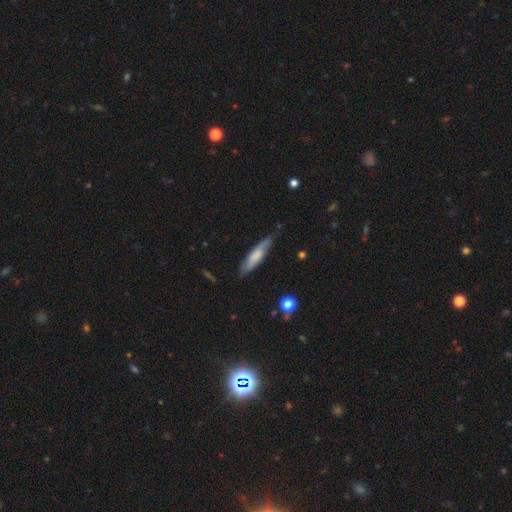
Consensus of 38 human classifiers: smooth_or_featured: smooth (p=0.74) [alt: featured or disk p=0.26]
how_rounded: cigar-shaped (p=0.79) [alt: in between p=0.18]
merging: none (p=0.79) [alt: minor disturbance p=0.18]